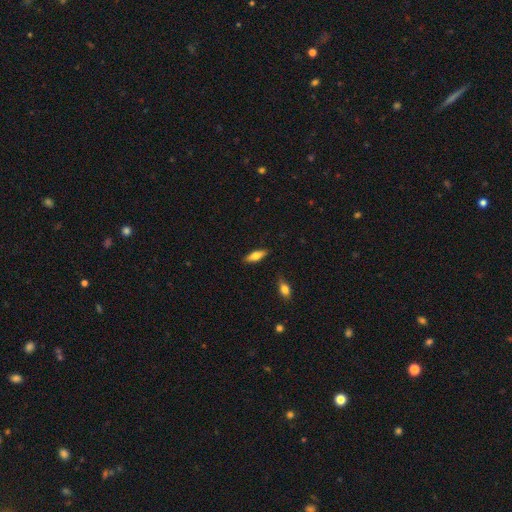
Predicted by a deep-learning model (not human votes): This is likely a smooth galaxy (65%). How rounded: possibly in between (58%). Merging: clearly none (87%).